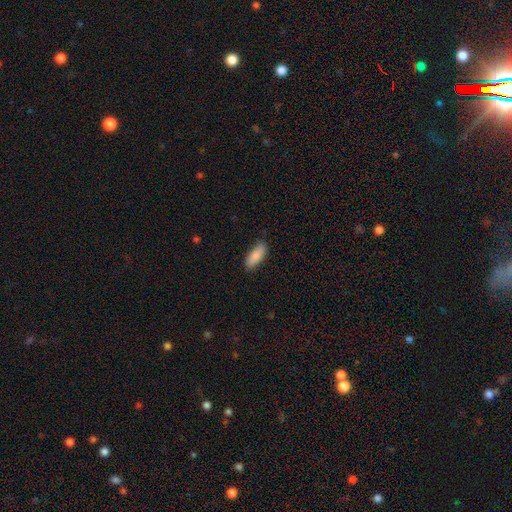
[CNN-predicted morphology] Smooth or featured? smooth (85%)
How rounded? in between (72%)
Merging? none (84%)